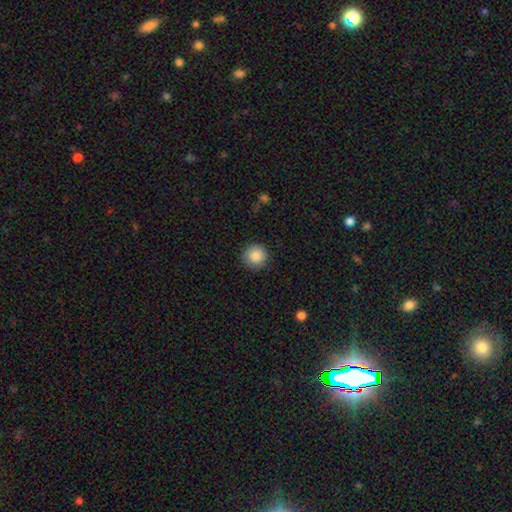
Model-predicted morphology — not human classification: This appears to be a smooth galaxy with no disk features (88%) that is round (95%). Merging: none (89%).